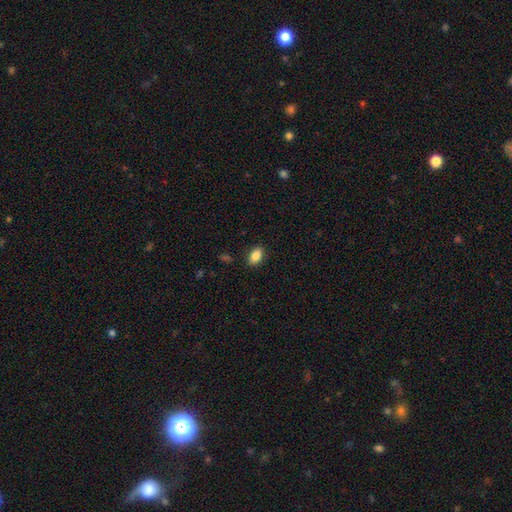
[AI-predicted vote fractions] A smooth galaxy with no disk features (87%) that is in between round and cigar-shaped (90%). Merging: none (88%).